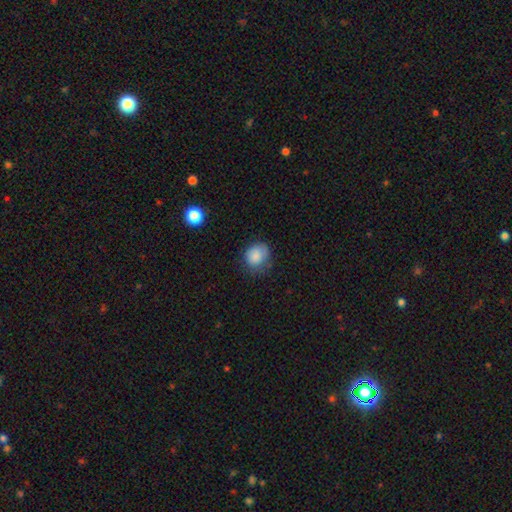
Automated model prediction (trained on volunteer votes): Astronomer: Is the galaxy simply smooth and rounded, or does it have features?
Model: smooth — 84%.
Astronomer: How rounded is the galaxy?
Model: round — 64%.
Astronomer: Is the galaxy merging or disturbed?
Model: none — 60%.